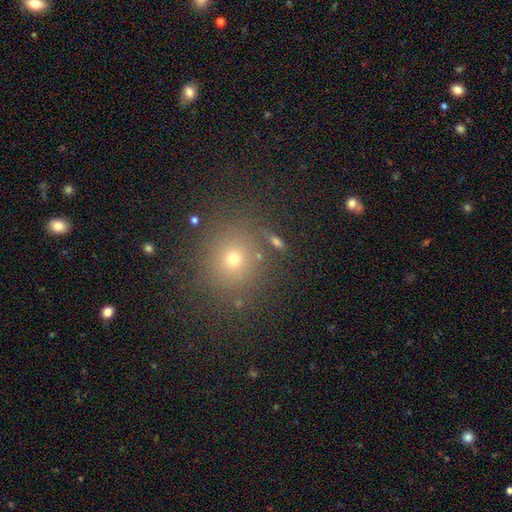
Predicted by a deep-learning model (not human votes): Overall: smooth (64%; star or artifact 27%). How rounded: round (84%). Merging: none (85%).